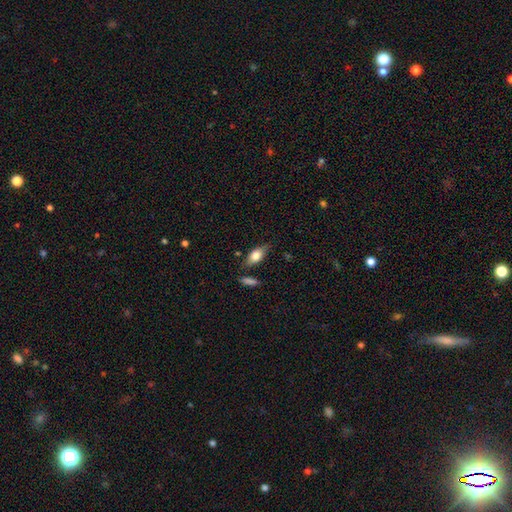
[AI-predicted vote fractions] Smooth or featured? smooth (68%)
How rounded? in between (81%)
Merging? none (74%)